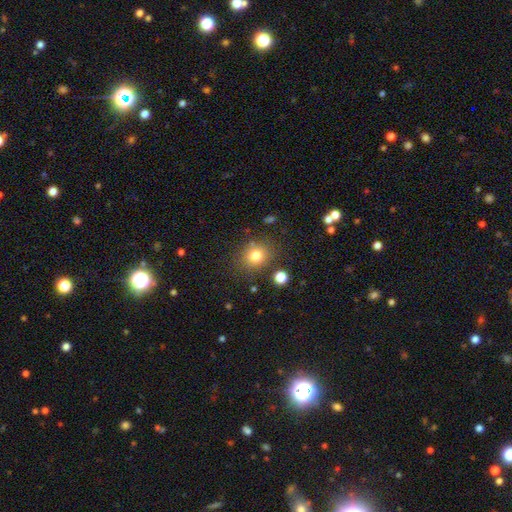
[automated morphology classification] Overall: smooth (79%). How rounded: round (75%). Merging: none (80%).